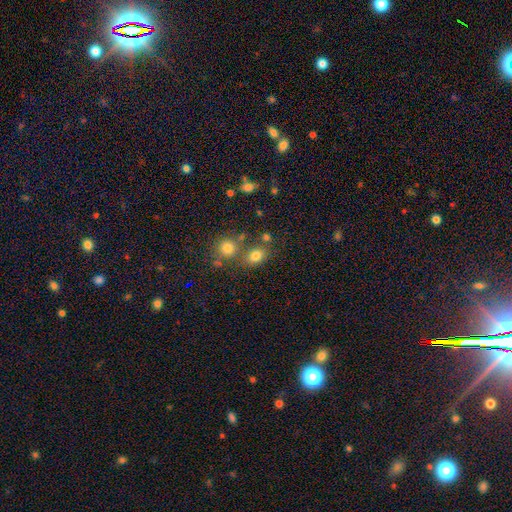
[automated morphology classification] smooth 78%, star or artifact 14%, featured or disk 8%. Down the decision tree: how rounded — in between (60%); merging — none (62%).